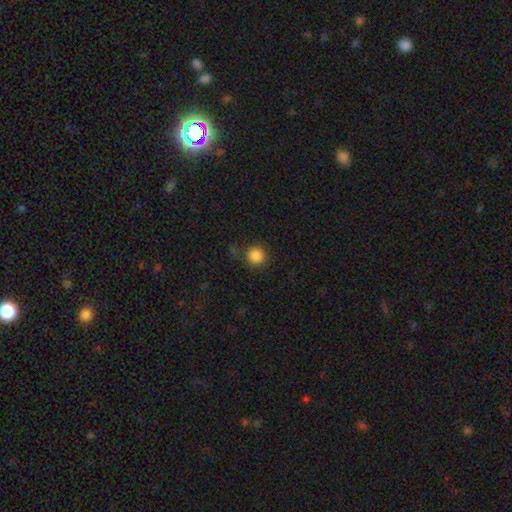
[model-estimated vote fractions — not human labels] Overall: smooth (86%). How rounded: round (94%). Merging: none (85%).